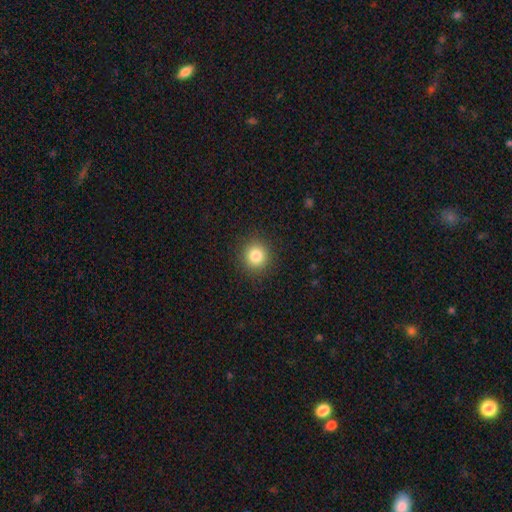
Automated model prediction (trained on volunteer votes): Overall: smooth (82%). How rounded: round (92%). Merging: none (91%).